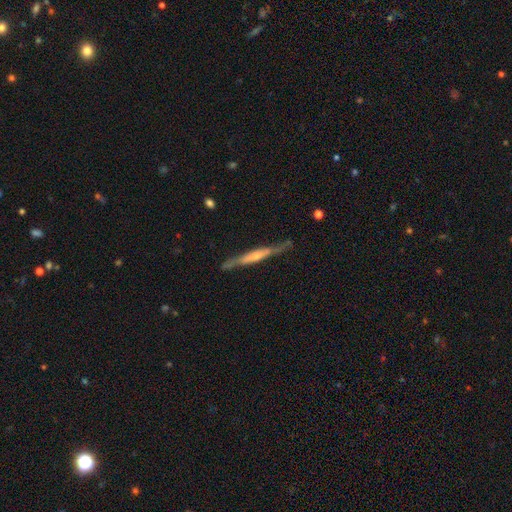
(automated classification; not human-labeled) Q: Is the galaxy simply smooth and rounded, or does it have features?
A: featured or disk — 71%.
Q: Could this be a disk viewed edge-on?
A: yes — 94%.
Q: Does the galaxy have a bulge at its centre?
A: rounded — 50%.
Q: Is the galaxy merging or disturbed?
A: none — 79%.